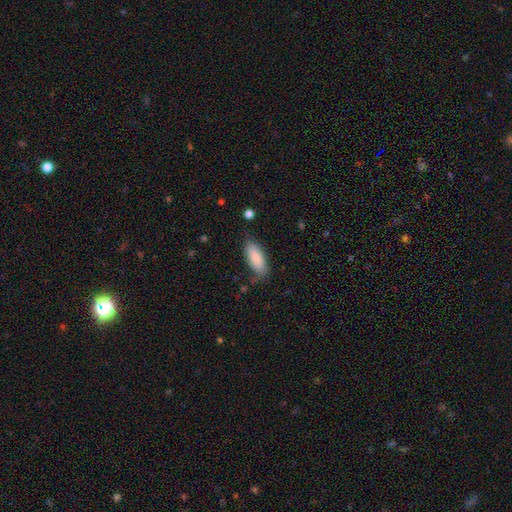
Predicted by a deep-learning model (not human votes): The model was most divided on "how rounded": in between: 77%, cigar-shaped: 21%, round: 2%. More confident: smooth or featured — smooth (86%); merging — none (77%).